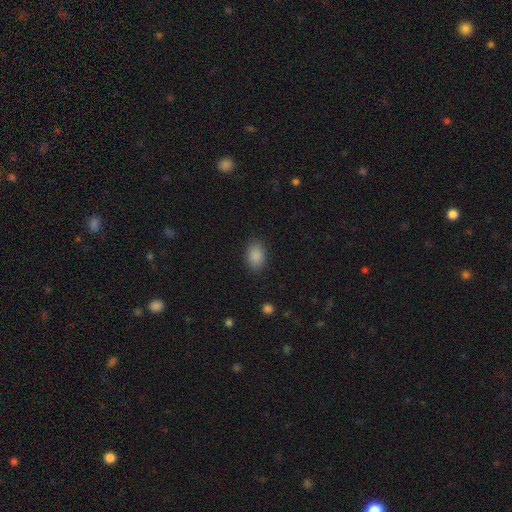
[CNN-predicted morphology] A smooth galaxy with no disk features (88%) that is in between round and cigar-shaped (83%).

Vote fractions:
- Smooth or featured? smooth: 88% / star or artifact: 9% / featured or disk: 4%
- How rounded? in between: 83% / round: 16% / cigar-shaped: 1%
- Merging? none: 86% / minor disturbance: 10% / major disturbance: 3% / merger: 1%